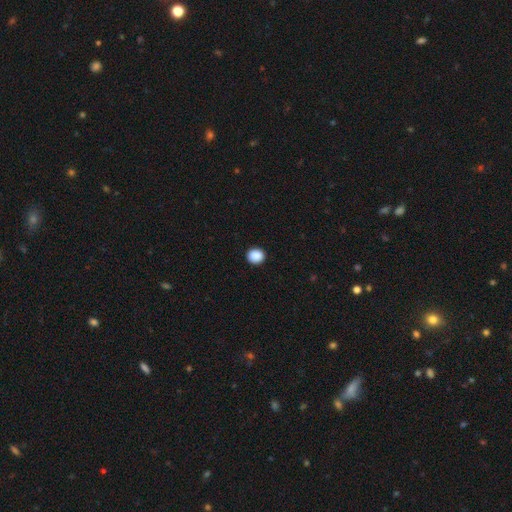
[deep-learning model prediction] smooth 89%, star or artifact 9%, featured or disk 2%. Down the decision tree: how rounded — round (86%); merging — none (93%).